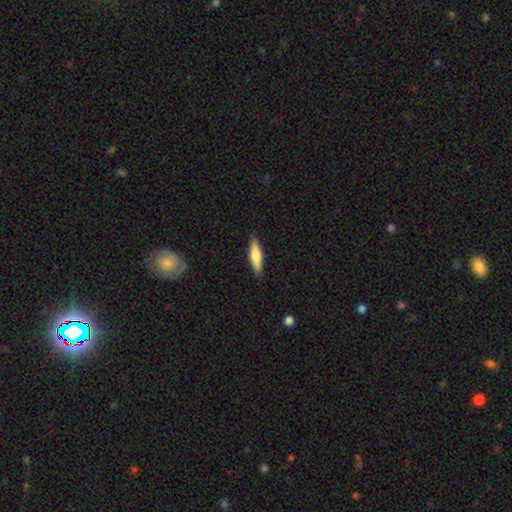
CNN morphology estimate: Smooth or featured? smooth (62%)
How rounded? cigar-shaped (73%)
Merging? none (89%)